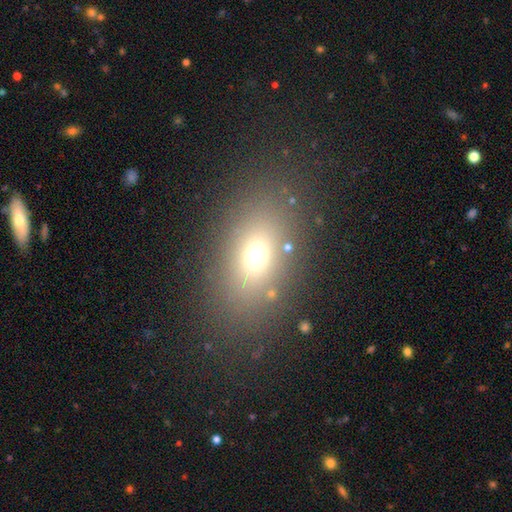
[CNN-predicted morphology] Smooth or featured: smooth — 68% (star or artifact — 18%)
How rounded: in between — 77% (round — 20%)
Merging: none — 82% (minor disturbance — 10%)